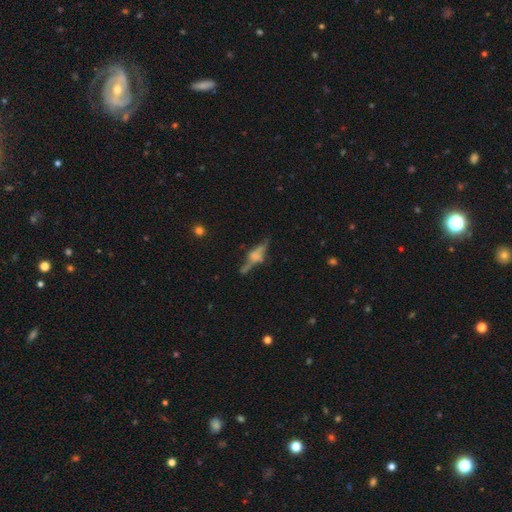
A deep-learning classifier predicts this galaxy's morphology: type=featured or disk (65%); edge-on=yes (87%); edge-on bulge=rounded (66%); merging=none (63%).